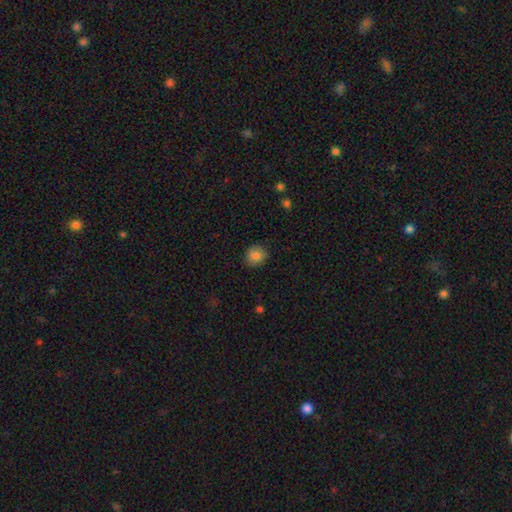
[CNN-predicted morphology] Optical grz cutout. It shows a smooth galaxy with no disk features (85%) that is round (80%). Merging: none (87%).